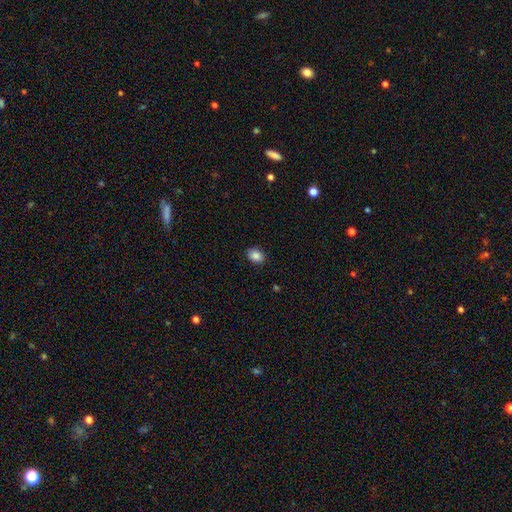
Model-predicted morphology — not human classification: Smooth or featured? Predicted: smooth (p=0.87). How rounded? Predicted: in between (p=0.66). Merging? Predicted: none (p=0.89).